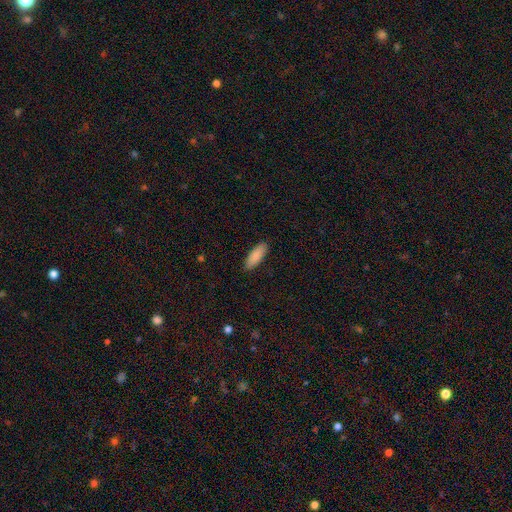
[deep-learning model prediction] A smooth galaxy with no disk features (86%) that is in between round and cigar-shaped (64%).

Vote fractions:
- Smooth or featured? smooth: 86% / featured or disk: 8% / star or artifact: 6%
- How rounded? in between: 64% / cigar-shaped: 34% / round: 2%
- Merging? none: 90% / minor disturbance: 8% / major disturbance: 2% / merger: 1%